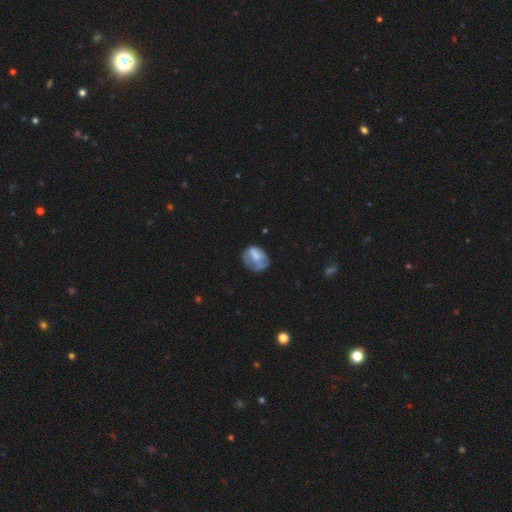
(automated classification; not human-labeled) Morphology: type=smooth (59%); roundness=round (51%); merging=none (47%).